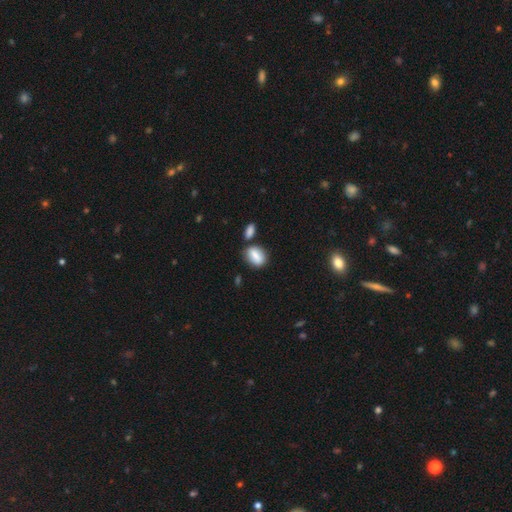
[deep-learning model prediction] Smooth or featured? Predicted: smooth (p=0.80). How rounded? Predicted: in between (p=0.79). Merging? Predicted: none (p=0.64).